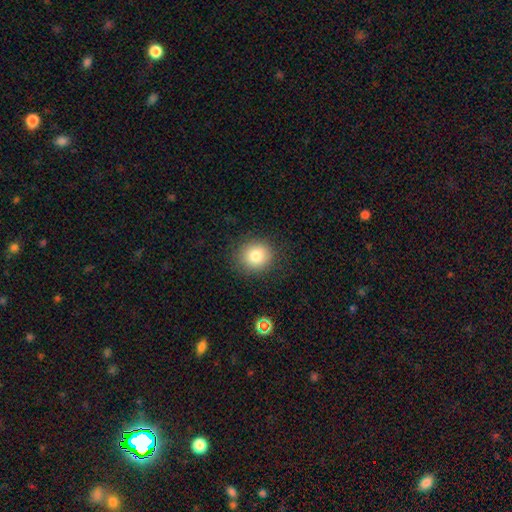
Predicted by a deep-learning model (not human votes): Smooth or featured? smooth (81%)
How rounded? round (85%)
Merging? none (87%)